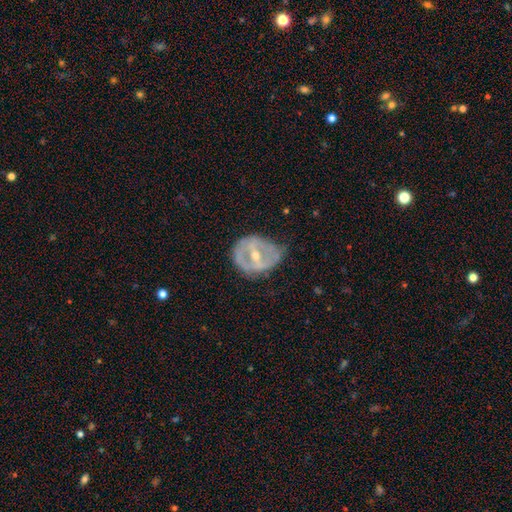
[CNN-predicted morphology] A featured or disk galaxy (72%) with a strong bar (48%), no spiral arms (62%) and a moderate central bulge (56%).

Vote fractions:
- Smooth or featured? featured or disk: 72% / smooth: 22% / star or artifact: 6%
- Edge-on disk? no: 94% / yes: 6%
- Bar? strong: 48% / weak: 35% / no: 18%
- Spiral arms? no: 62% / yes: 38%
- Bulge size? moderate: 56% / small: 41% / large: 2% / none: 1% / dominant: 1%
- Merging? none: 53% / minor disturbance: 30% / major disturbance: 15% / merger: 2%